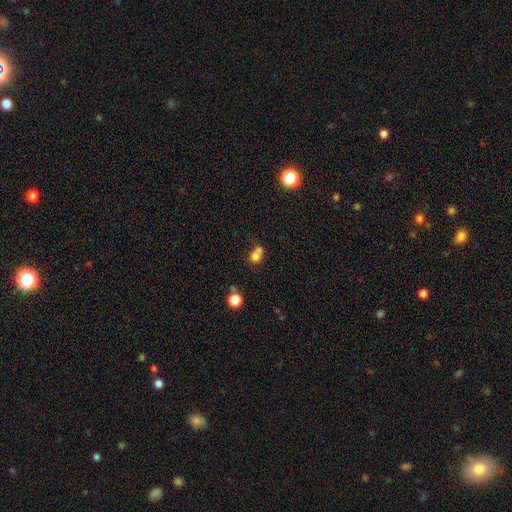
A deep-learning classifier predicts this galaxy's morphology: Smooth or featured? Predicted: smooth (p=0.75). How rounded? Predicted: round (p=0.67). Merging? Predicted: merger (p=0.49).